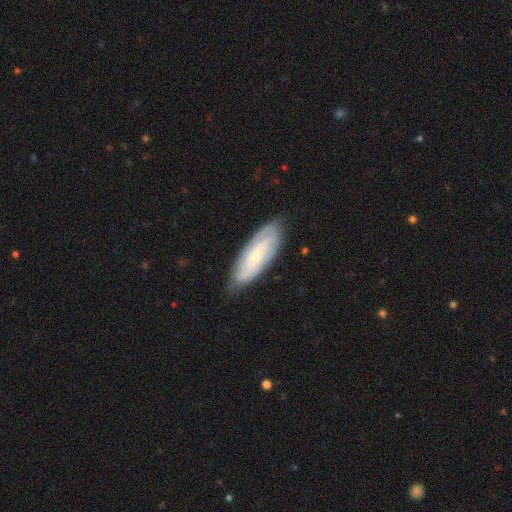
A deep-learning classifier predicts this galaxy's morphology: Q: Smooth or featured?
A: featured or disk (58%); runner-up: smooth (35%)
Q: Edge-on disk?
A: no (83%); runner-up: yes (17%)
Q: Merging?
A: none (78%); runner-up: minor disturbance (18%)